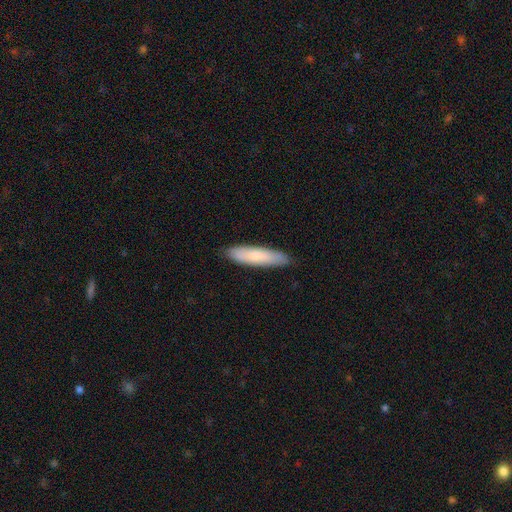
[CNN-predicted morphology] smooth-or-featured: smooth: 77% | featured or disk: 18% | star or artifact: 6%
  how-rounded: cigar-shaped: 78% | in between: 21% | round: 1%
  merging: none: 88% | minor disturbance: 9% | major disturbance: 2% | merger: 1%